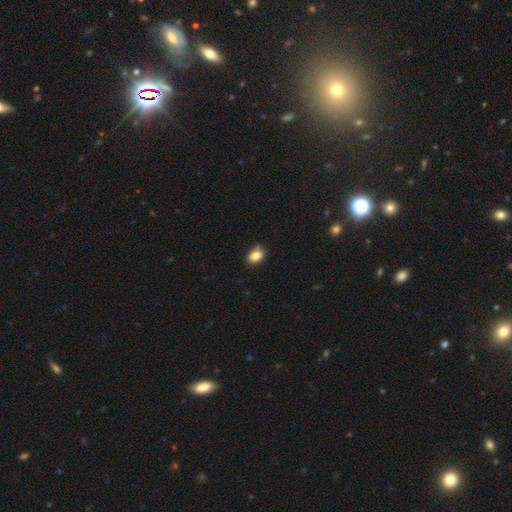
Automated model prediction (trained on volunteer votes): This appears to be a smooth galaxy with no disk features (85%) that is in between round and cigar-shaped (69%). Merging: none (82%).